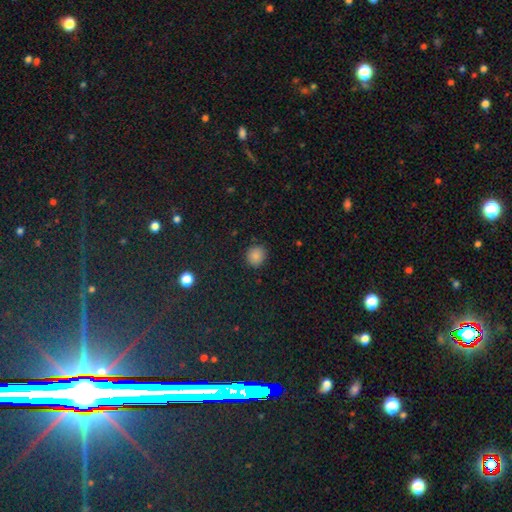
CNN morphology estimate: This appears to be a smooth galaxy with no disk features (84%) that is round (82%). Merging: none (86%).